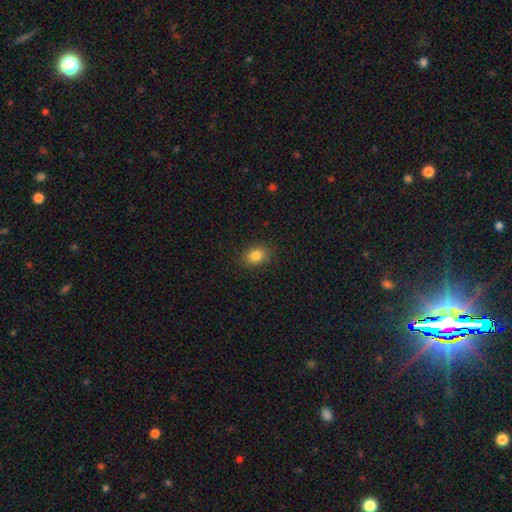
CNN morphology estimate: Overall: smooth (83%). How rounded: in between (62%; round 37%). Merging: none (87%).